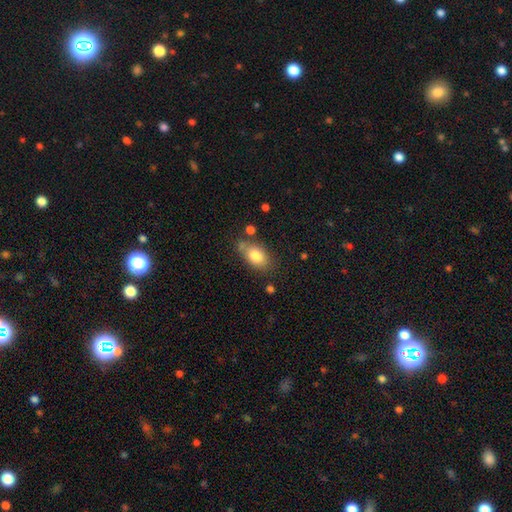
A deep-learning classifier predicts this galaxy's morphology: Smooth or featured: smooth — 80% (featured or disk — 12%)
How rounded: in between — 86% (round — 12%)
Merging: none — 64% (minor disturbance — 21%)